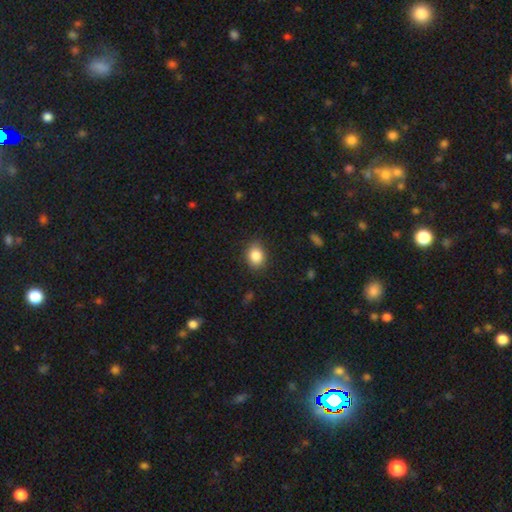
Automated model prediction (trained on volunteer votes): This is clearly a smooth galaxy (85%). How rounded: possibly in between (53%). Merging: clearly none (84%).